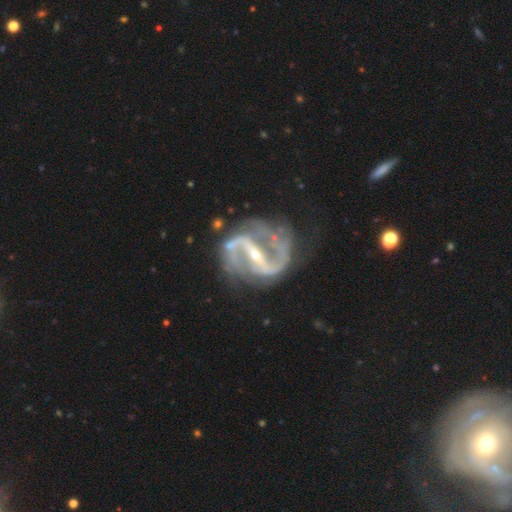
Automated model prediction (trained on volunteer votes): smooth_or_featured: featured or disk (p=0.92) [alt: star or artifact p=0.05]
disk_edge_on: no (p=0.97) [alt: yes p=0.03]
bar: strong (p=0.75) [alt: weak p=0.16]
has_spiral_arms: yes (p=0.97) [alt: no p=0.03]
spiral_winding: medium (p=0.50) [alt: loose p=0.34]
spiral_arm_count: 2 (p=0.91) [alt: can't tell p=0.02]
bulge_size: small (p=0.78) [alt: moderate p=0.19]
merging: none (p=0.64) [alt: minor disturbance p=0.20]